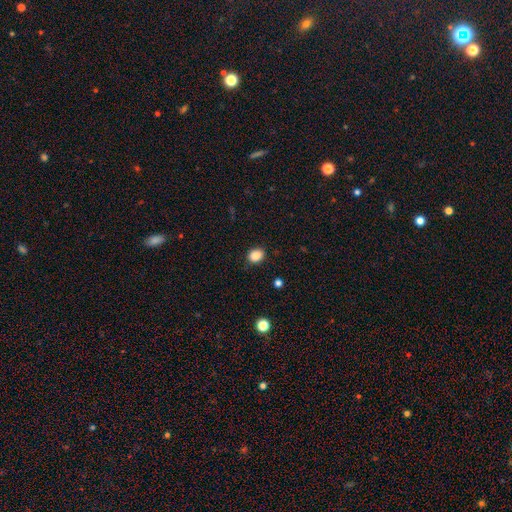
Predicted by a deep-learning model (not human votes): Morphology: type=smooth (87%); roundness=round (50%); merging=none (87%).